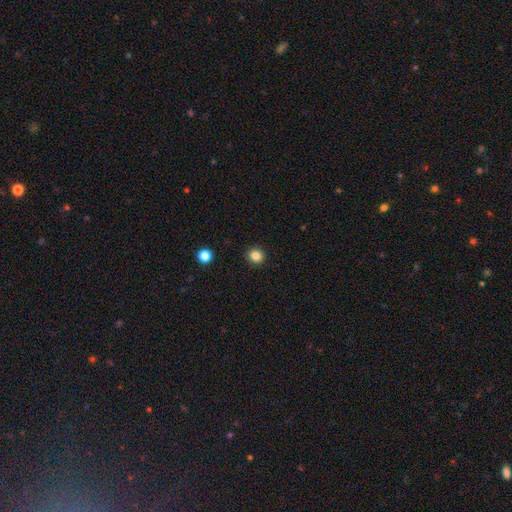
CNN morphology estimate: Smooth or featured? Predicted: smooth (p=0.83). How rounded? Predicted: round (p=0.89). Merging? Predicted: none (p=0.92).